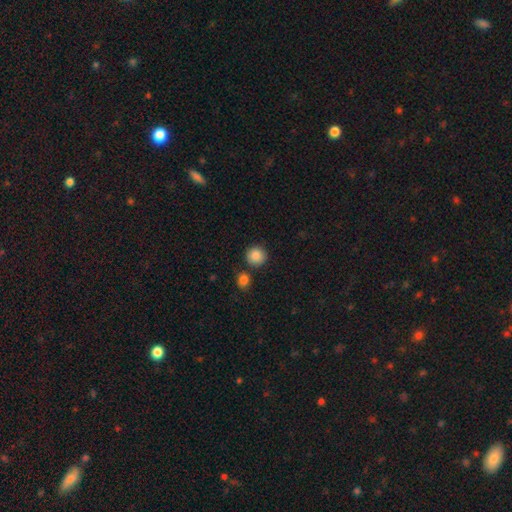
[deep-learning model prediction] Smooth or featured?
  - smooth: 87% *
  - star or artifact: 9%
  - featured or disk: 4%
How rounded?
  - round: 93% *
  - in between: 6%
  - cigar-shaped: 1%
Merging?
  - none: 82% *
  - merger: 8%
  - minor disturbance: 8%
  - major disturbance: 2%